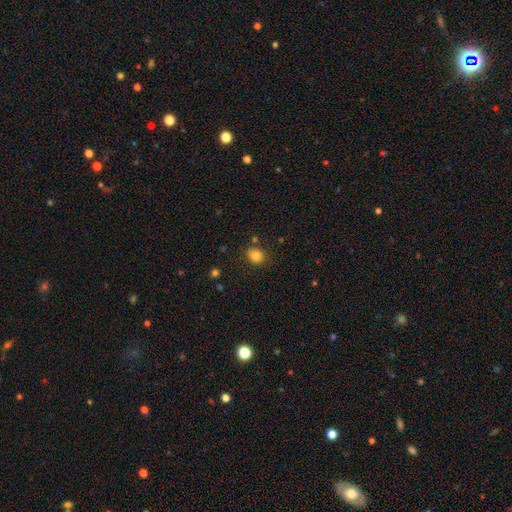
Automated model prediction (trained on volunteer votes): smooth 83%, star or artifact 12%, featured or disk 6%. Down the decision tree: how rounded — round (65%); merging — none (82%).